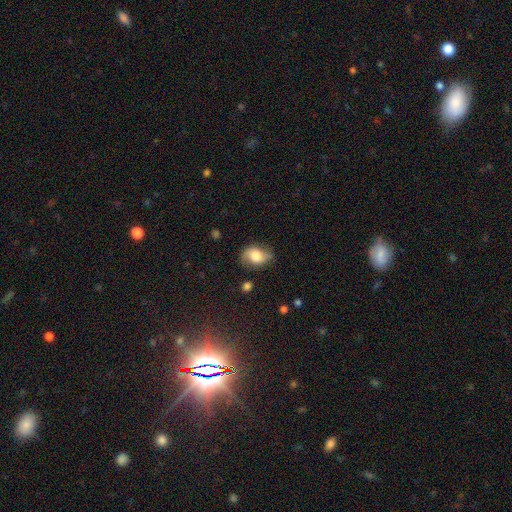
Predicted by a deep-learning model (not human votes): Smooth or featured? Predicted: smooth (p=0.51). How rounded? Predicted: in between (p=0.72). Merging? Predicted: none (p=0.65).